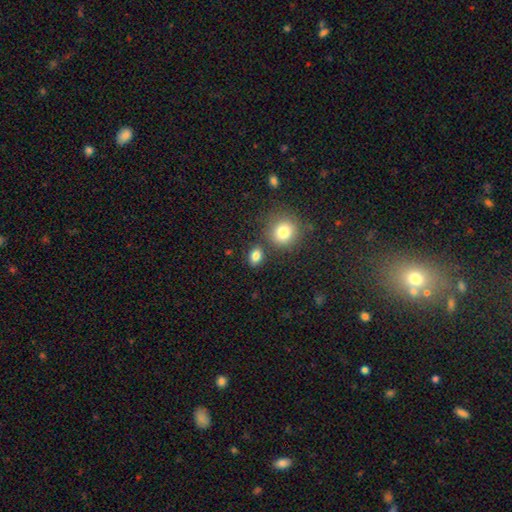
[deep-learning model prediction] Morphology: type=smooth (83%); roundness=in between (67%); merging=none (76%).